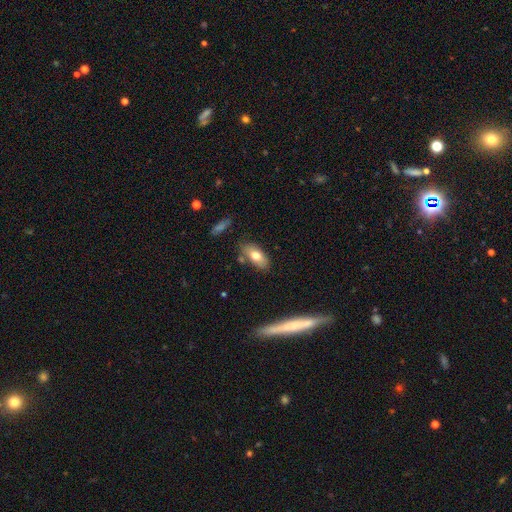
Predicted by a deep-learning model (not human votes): A smooth galaxy with no disk features (72%) that is in between round and cigar-shaped (88%).

Vote fractions:
- Smooth or featured? smooth: 72% / featured or disk: 20% / star or artifact: 8%
- How rounded? in between: 88% / cigar-shaped: 7% / round: 4%
- Merging? none: 73% / minor disturbance: 17% / merger: 7% / major disturbance: 4%